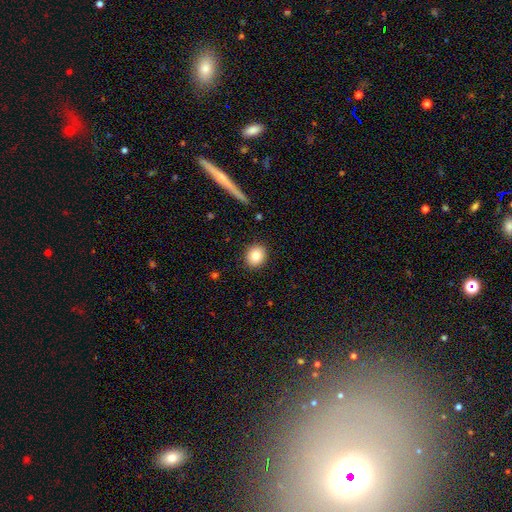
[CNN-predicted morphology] Smooth or featured? Predicted: smooth (p=0.83). How rounded? Predicted: round (p=0.76). Merging? Predicted: none (p=0.90).